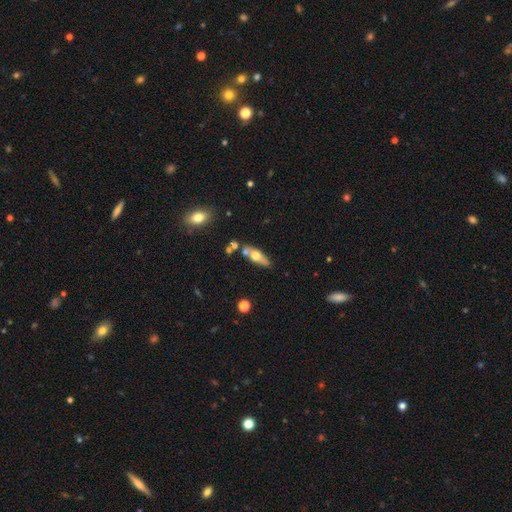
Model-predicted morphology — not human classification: Smooth or featured: smooth — 53% (featured or disk — 40%)
How rounded: in between — 56% (cigar-shaped — 40%)
Merging: none — 63% (minor disturbance — 17%)